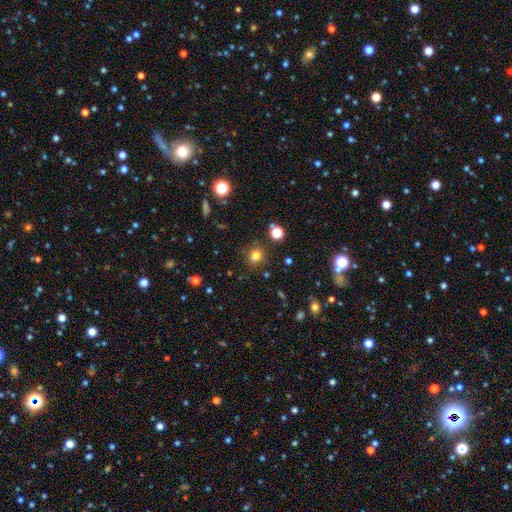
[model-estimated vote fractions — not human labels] Overall: smooth (78%). How rounded: round (74%). Merging: none (83%).